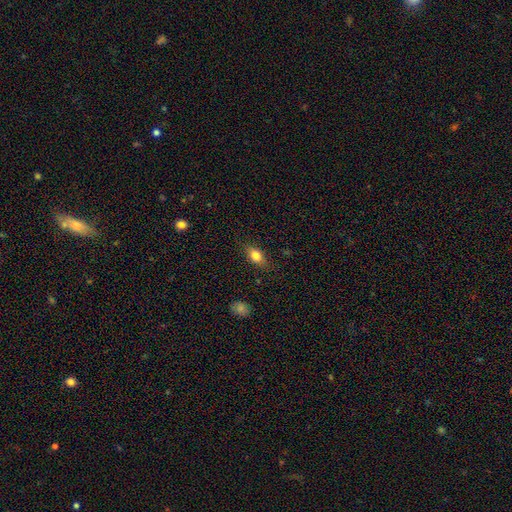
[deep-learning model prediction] The model was most divided on "how rounded": in between: 81%, round: 13%, cigar-shaped: 6%. More confident: merging — none (82%); smooth or featured — smooth (81%).